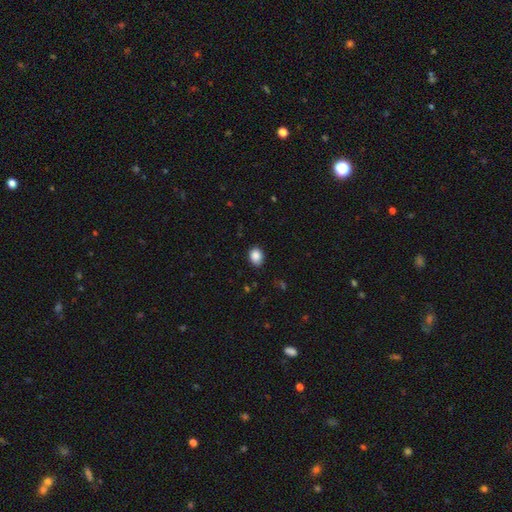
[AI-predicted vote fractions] Smooth or featured? Predicted: smooth (p=0.88). How rounded? Predicted: in between (p=0.56). Merging? Predicted: none (p=0.87).